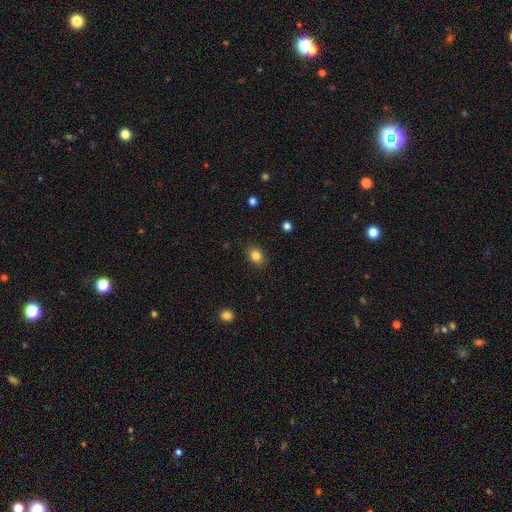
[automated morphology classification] type=smooth (84%); roundness=in between (60%); merging=none (86%).